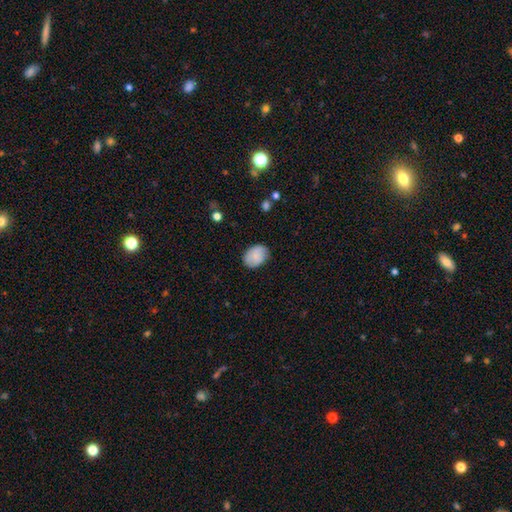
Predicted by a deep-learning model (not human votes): Smooth or featured? Predicted: smooth (p=0.80). How rounded? Predicted: in between (p=0.76). Merging? Predicted: none (p=0.80).